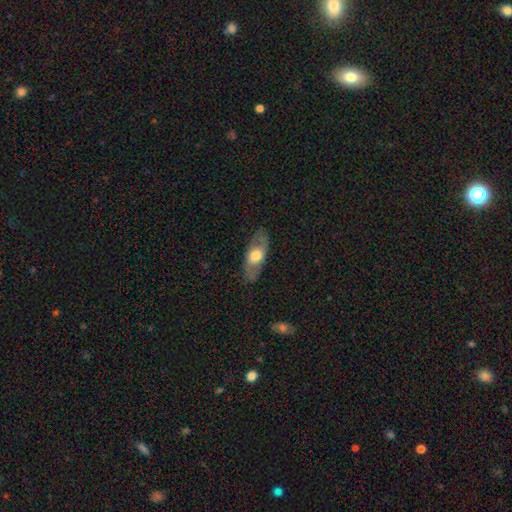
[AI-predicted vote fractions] Smooth or featured: featured or disk — 50% (smooth — 43%)
Edge-on disk: no — 71% (yes — 29%)
Merging: none — 80% (minor disturbance — 13%)